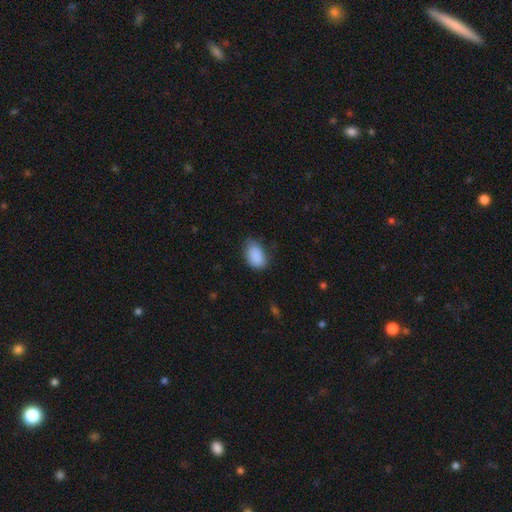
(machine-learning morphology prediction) A smooth galaxy with no disk features (89%) that is in between round and cigar-shaped (89%). Merging: none (69%).